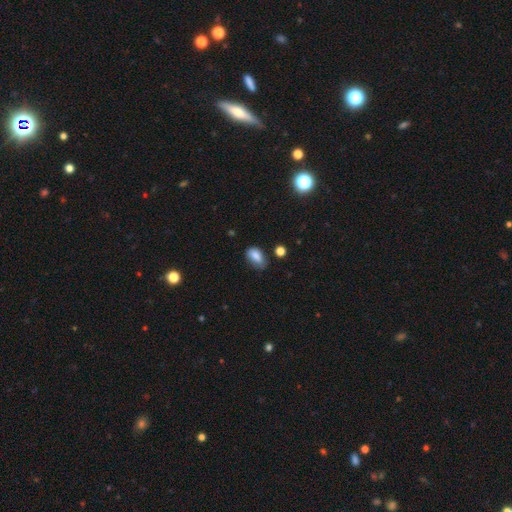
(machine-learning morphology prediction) This is clearly a smooth galaxy (82%). How rounded: clearly in between (90%). Merging: possibly none (55%).